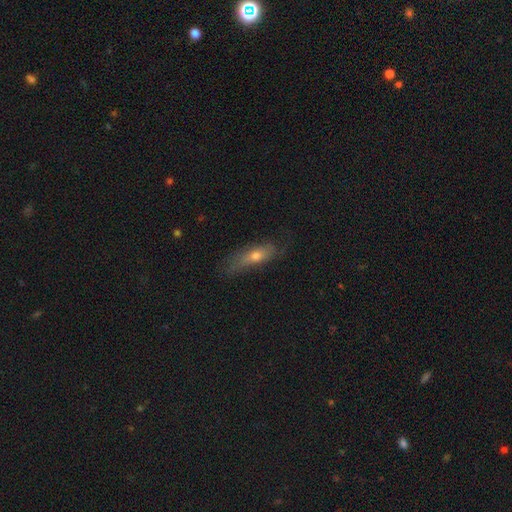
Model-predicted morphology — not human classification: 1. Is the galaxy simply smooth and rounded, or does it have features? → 49% smooth, 40% featured or disk, 11% star or artifact.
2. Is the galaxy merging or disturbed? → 68% none, 23% minor disturbance, 8% major disturbance, 2% merger.